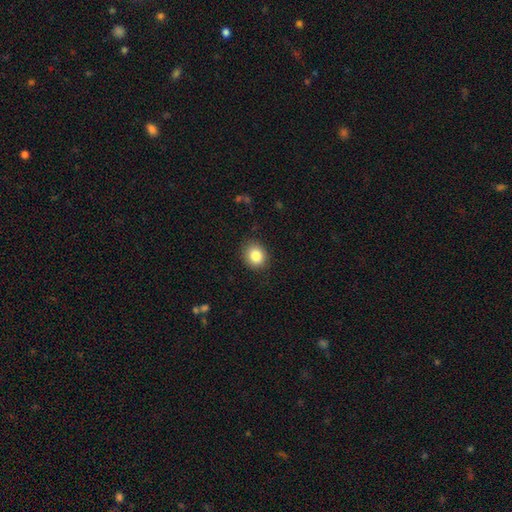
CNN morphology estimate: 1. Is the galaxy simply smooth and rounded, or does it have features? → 84% smooth, 10% star or artifact, 6% featured or disk.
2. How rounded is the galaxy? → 69% round, 30% in between, 1% cigar-shaped.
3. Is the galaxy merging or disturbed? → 87% none, 10% minor disturbance, 2% major disturbance, 1% merger.